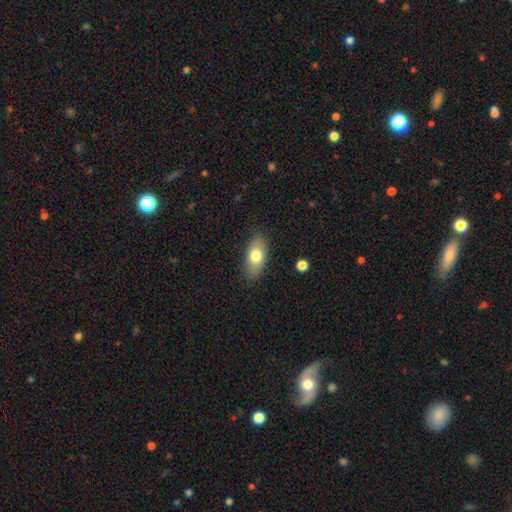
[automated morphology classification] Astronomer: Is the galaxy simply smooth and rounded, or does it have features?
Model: smooth — 75%.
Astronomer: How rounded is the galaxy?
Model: in between — 87%.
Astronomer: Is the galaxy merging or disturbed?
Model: none — 83%.